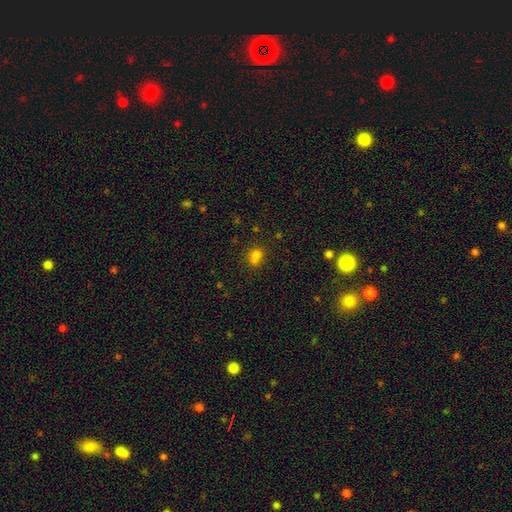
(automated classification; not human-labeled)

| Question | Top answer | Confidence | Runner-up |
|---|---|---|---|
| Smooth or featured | smooth | 75% | star or artifact (16%) |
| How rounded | round | 59% | in between (40%) |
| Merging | none | 49% | merger (30%) |